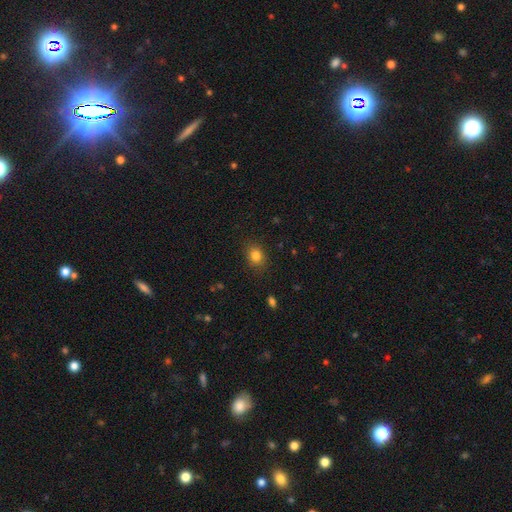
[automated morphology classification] The model was most divided on "how rounded": round: 53%, in between: 46%, cigar-shaped: 1%. More confident: merging — none (85%); smooth or featured — smooth (83%).